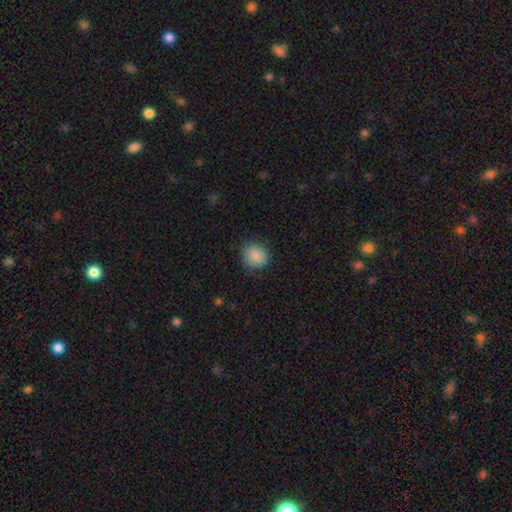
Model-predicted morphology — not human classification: type=smooth (86%); roundness=round (84%); merging=none (82%).